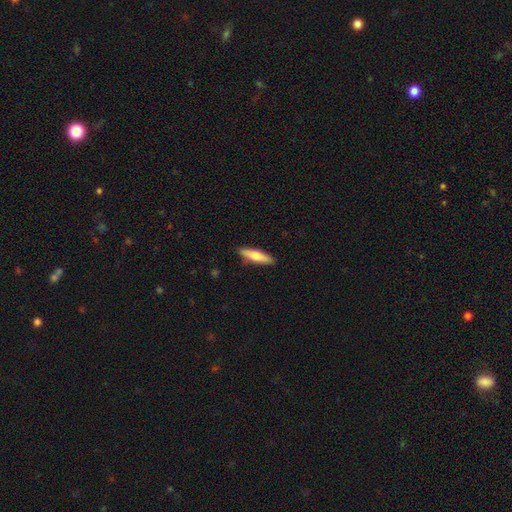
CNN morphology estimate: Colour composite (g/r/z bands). It shows a smooth galaxy with no disk features (62%) that is cigar-shaped (73%). Merging: none (89%).